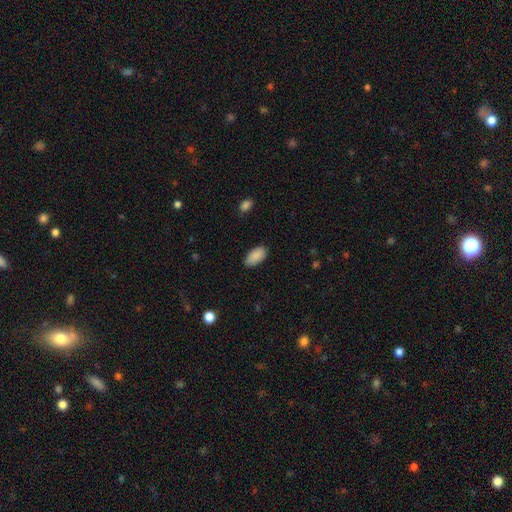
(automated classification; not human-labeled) Morphology: type=smooth (90%); roundness=in between (95%); merging=none (86%).